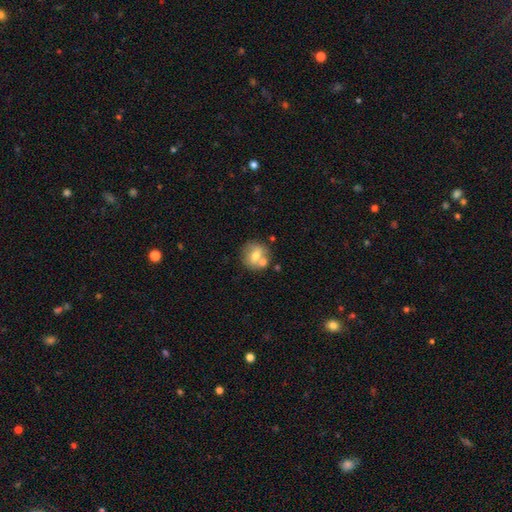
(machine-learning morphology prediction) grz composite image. It shows a smooth galaxy with no disk features (66%) that is round (84%). Merging: none (64%).